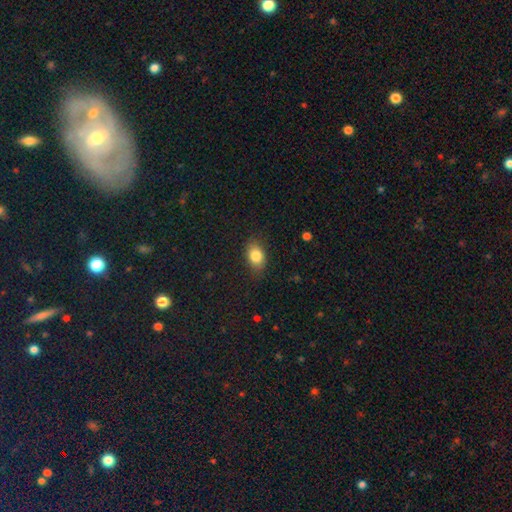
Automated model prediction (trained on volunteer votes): Smooth or featured? Predicted: smooth (p=0.83). How rounded? Predicted: in between (p=0.81). Merging? Predicted: none (p=0.81).